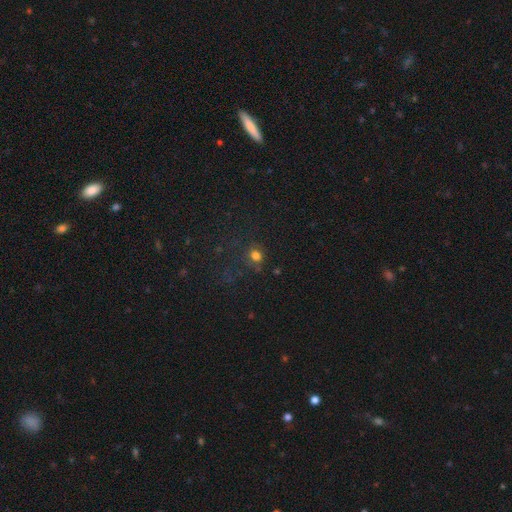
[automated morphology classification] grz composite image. It shows a smooth galaxy with no disk features (73%) that is round (73%). Merging: none (71%).